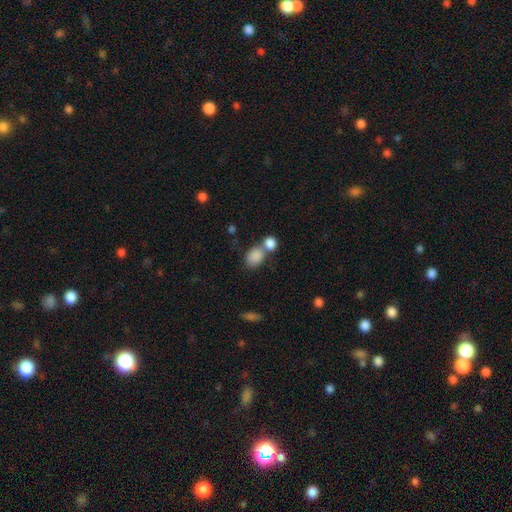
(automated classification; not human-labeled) A smooth galaxy with no disk features (86%) that is in between round and cigar-shaped (59%). Merging: merger (46%).